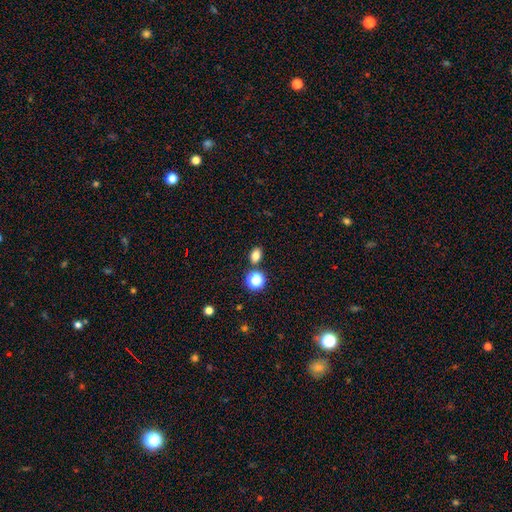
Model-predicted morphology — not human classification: smooth 79%, star or artifact 15%, featured or disk 6%. Down the decision tree: how rounded — in between (67%); merging — none (80%).